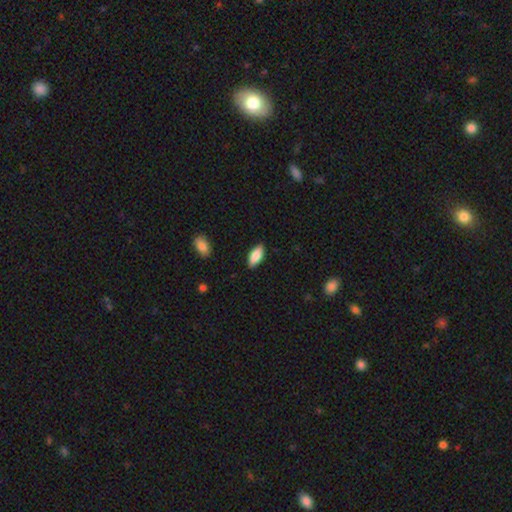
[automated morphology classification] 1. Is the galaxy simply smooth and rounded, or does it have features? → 81% smooth, 13% featured or disk, 6% star or artifact.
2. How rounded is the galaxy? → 82% in between, 16% cigar-shaped, 2% round.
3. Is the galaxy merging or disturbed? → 86% none, 10% minor disturbance, 2% major disturbance, 1% merger.